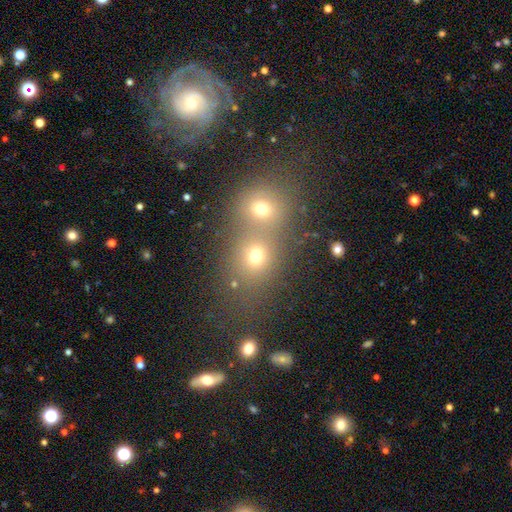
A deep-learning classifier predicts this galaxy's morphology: type=smooth (69%); roundness=round (68%); merging=merger (56%).